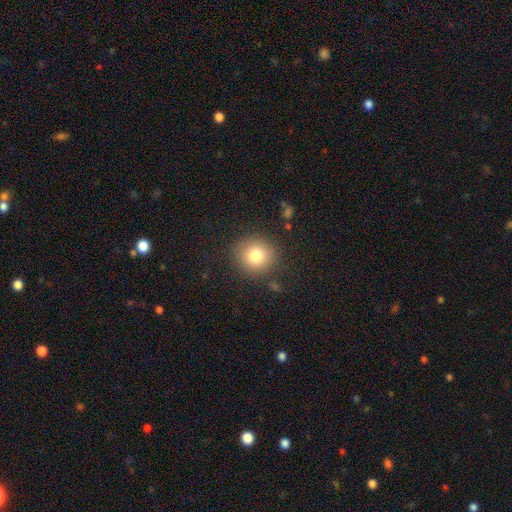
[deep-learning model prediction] smooth-or-featured: smooth: 79% | star or artifact: 11% | featured or disk: 9%
  how-rounded: round: 92% | in between: 7% | cigar-shaped: 1%
  merging: none: 87% | minor disturbance: 8% | major disturbance: 3% | merger: 2%